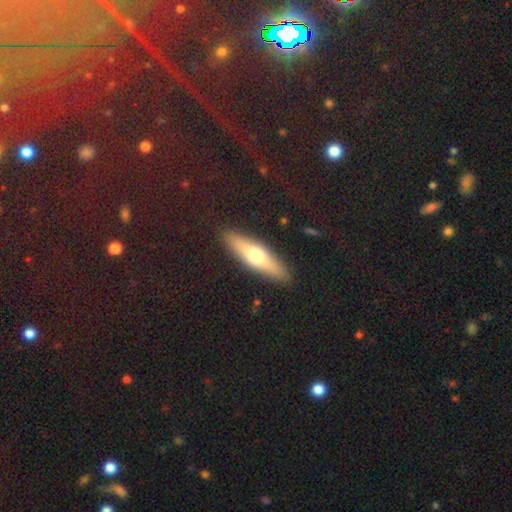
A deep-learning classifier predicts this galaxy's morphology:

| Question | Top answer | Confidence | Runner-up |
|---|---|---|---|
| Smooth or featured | smooth | 55% | featured or disk (39%) |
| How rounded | cigar-shaped | 64% | in between (33%) |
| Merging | none | 89% | minor disturbance (8%) |